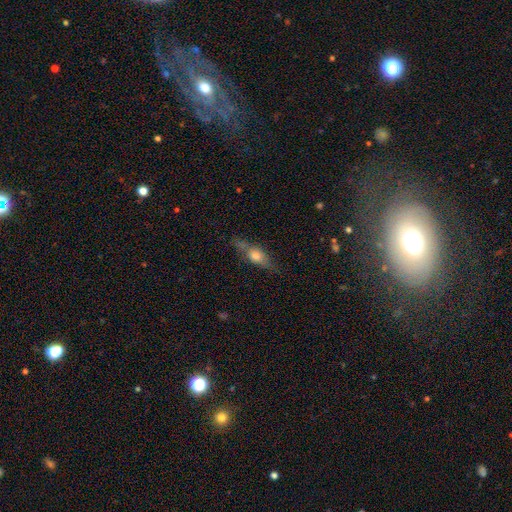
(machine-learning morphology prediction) This appears to be a smooth galaxy with no disk features (51%) that is in between round and cigar-shaped (50%). Merging: none (67%).